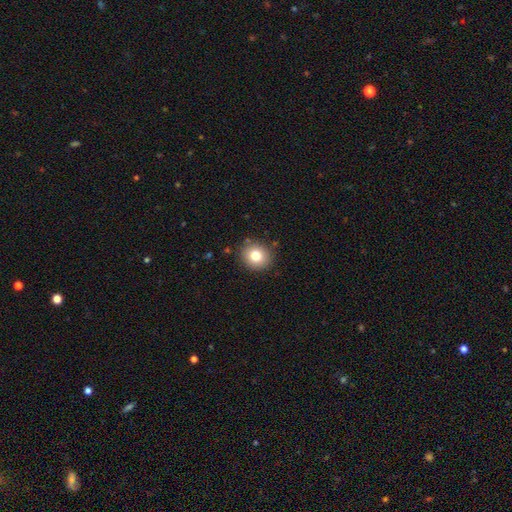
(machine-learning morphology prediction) A smooth galaxy with no disk features (79%) that is round (83%). Merging: none (88%).